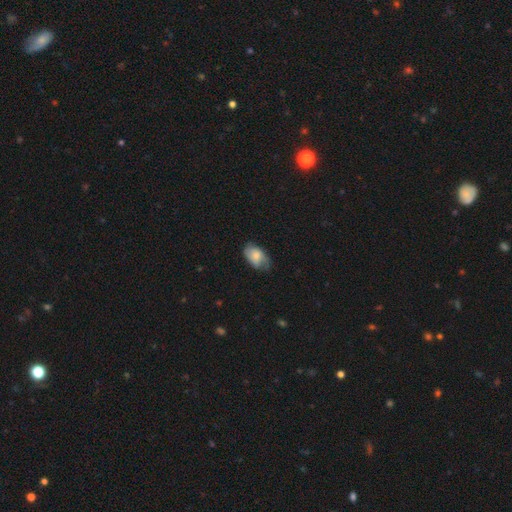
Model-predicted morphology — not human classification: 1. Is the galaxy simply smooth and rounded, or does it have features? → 70% smooth, 23% featured or disk, 7% star or artifact.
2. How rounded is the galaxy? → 90% in between, 8% round, 2% cigar-shaped.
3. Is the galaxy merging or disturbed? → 58% none, 32% minor disturbance, 9% major disturbance, 1% merger.